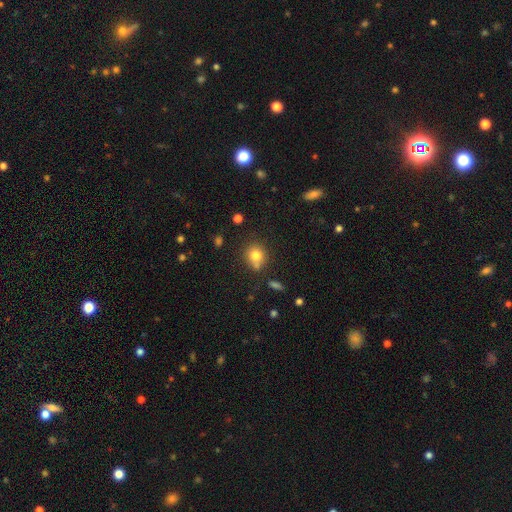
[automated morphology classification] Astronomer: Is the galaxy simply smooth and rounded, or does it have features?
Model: smooth — 78%.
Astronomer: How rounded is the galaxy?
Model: round — 77%.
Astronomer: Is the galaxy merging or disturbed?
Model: none — 61%.